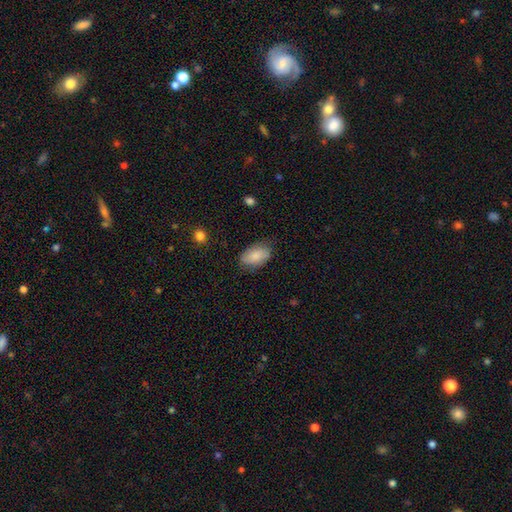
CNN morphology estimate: Smooth or featured? Predicted: smooth (p=0.81). How rounded? Predicted: in between (p=0.93). Merging? Predicted: none (p=0.75).